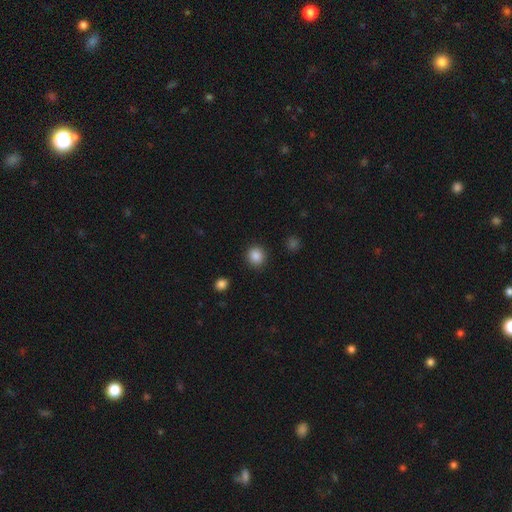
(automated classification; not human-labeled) Smooth or featured: smooth — 87% (star or artifact — 10%)
How rounded: round — 90% (in between — 9%)
Merging: none — 91% (minor disturbance — 6%)